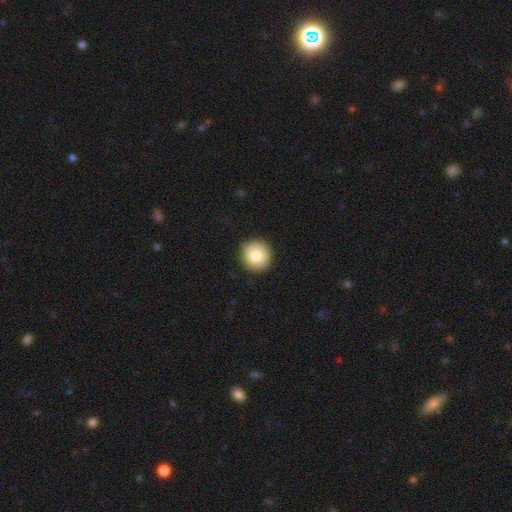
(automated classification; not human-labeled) The model was most divided on "smooth or featured": smooth: 80%, featured or disk: 12%, star or artifact: 8%. More confident: how rounded — round (94%); merging — none (89%).